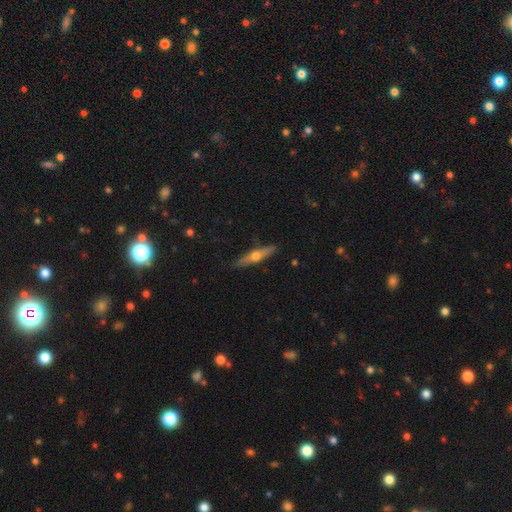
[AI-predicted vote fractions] smooth-or-featured: featured or disk: 61% | smooth: 34% | star or artifact: 6%
  disk-edge-on: yes: 95% | no: 5%
    edge-on-bulge: rounded: 94% | none: 4% | boxy: 2%
  merging: none: 88% | minor disturbance: 9% | major disturbance: 2% | merger: 1%